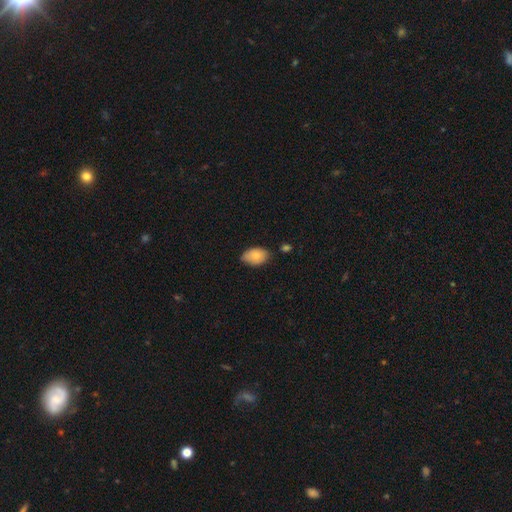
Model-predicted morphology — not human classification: smooth-or-featured: smooth: 78% | featured or disk: 15% | star or artifact: 7%
  how-rounded: in between: 89% | round: 10% | cigar-shaped: 1%
  merging: none: 66% | minor disturbance: 27% | major disturbance: 4% | merger: 3%